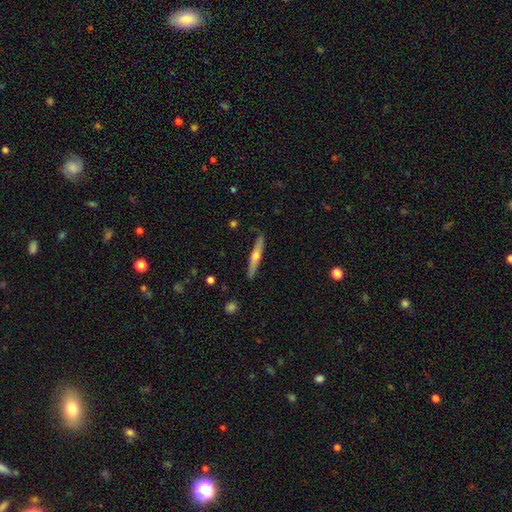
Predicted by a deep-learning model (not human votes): Smooth or featured? featured or disk (58%)
Edge-on disk? yes (95%)
Edge-on bulge? rounded (87%)
Merging? none (88%)